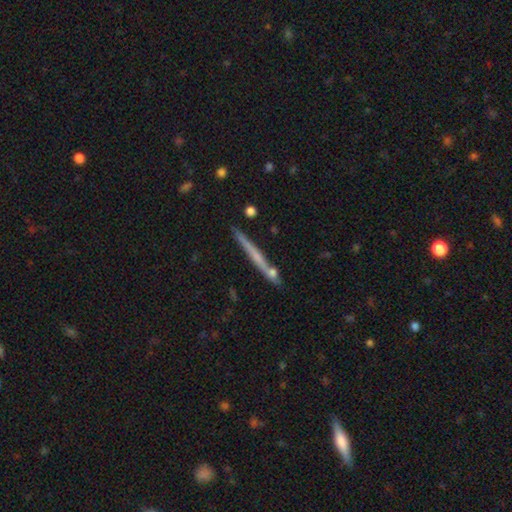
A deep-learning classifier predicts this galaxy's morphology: type=featured or disk (53%); edge-on=yes (96%); edge-on bulge=none (75%); merging=none (81%).